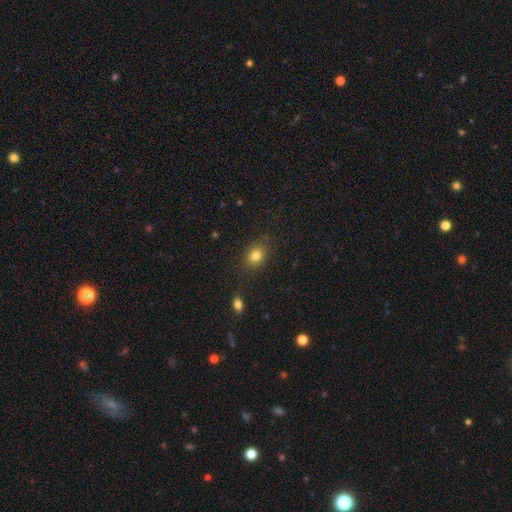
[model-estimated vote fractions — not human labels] smooth_or_featured: smooth (p=0.79) [alt: star or artifact p=0.13]
how_rounded: round (p=0.59) [alt: in between p=0.39]
merging: none (p=0.82) [alt: minor disturbance p=0.12]